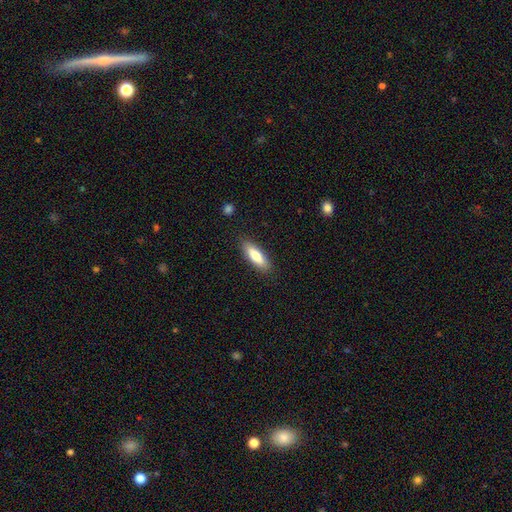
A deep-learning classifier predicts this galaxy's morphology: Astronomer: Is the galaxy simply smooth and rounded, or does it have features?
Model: smooth — 76%.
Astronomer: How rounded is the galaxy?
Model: in between — 52% (runner-up: cigar-shaped, 47%).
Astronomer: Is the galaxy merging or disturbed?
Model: none — 87%.